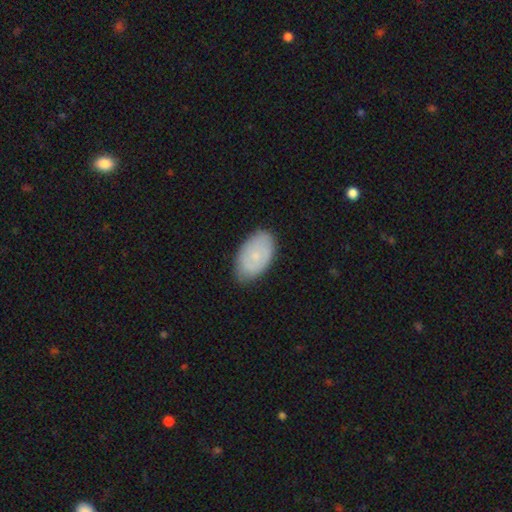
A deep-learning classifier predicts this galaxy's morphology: A smooth galaxy with no disk features (66%) that is in between round and cigar-shaped (93%). Merging: none (79%).